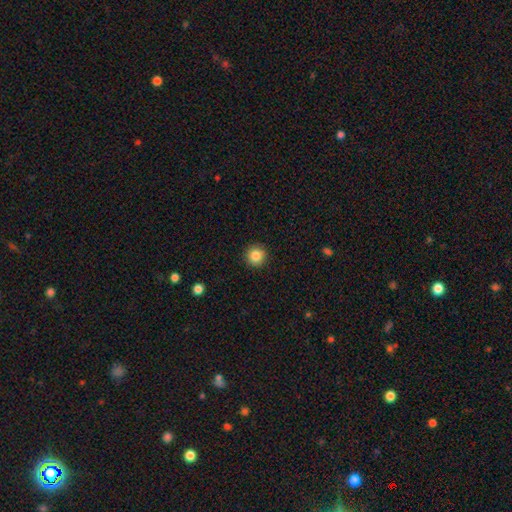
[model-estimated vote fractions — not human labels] smooth 85%, star or artifact 9%, featured or disk 5%. Down the decision tree: how rounded — round (95%); merging — none (92%).